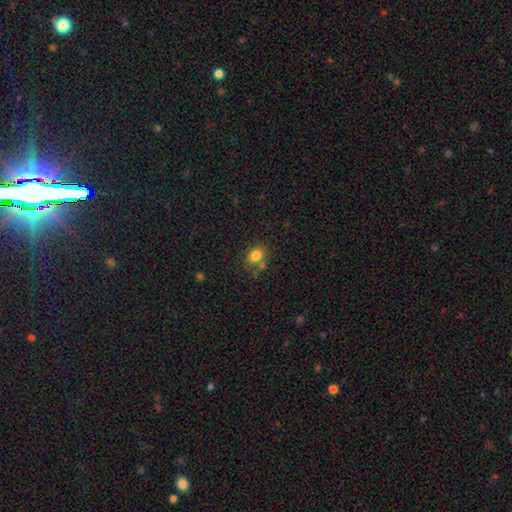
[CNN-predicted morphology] Smooth or featured? smooth (81%)
How rounded? in between (58%)
Merging? none (65%)